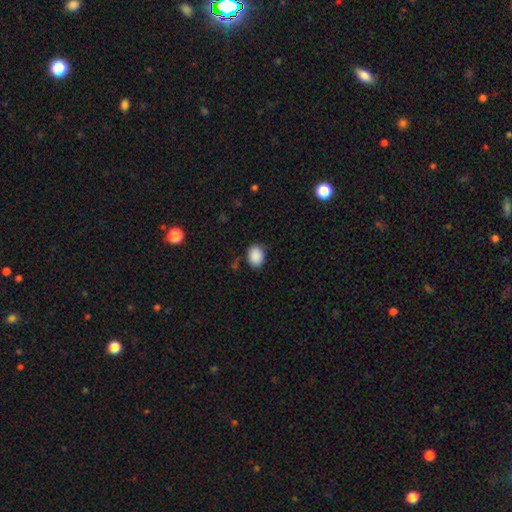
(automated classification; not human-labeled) A smooth galaxy with no disk features (89%) that is in between round and cigar-shaped (60%). Merging: none (82%).